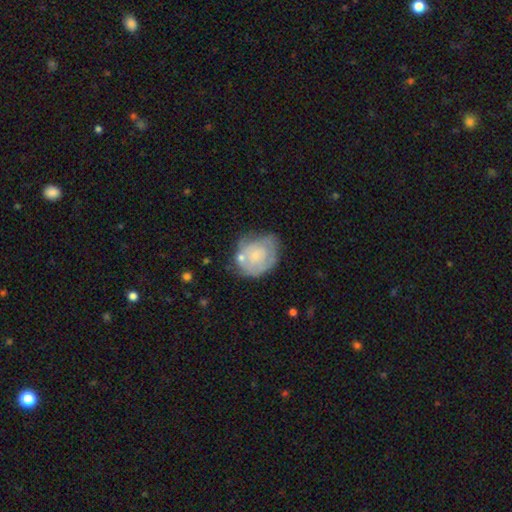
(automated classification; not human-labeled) Overall: featured or disk (57%; smooth 36%). Edge-on disk: no (97%). Bar: no (80%). Spiral arms: yes (64%; no 36%). Bulge size: small (57%; moderate 24%). Merging: none (48%; minor disturbance 28%).